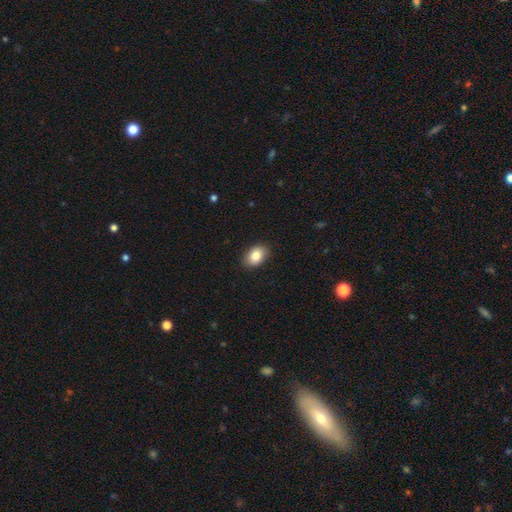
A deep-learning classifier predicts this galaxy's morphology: Q: Smooth or featured?
A: smooth (85%); runner-up: star or artifact (8%)
Q: How rounded?
A: in between (84%); runner-up: round (15%)
Q: Merging?
A: none (88%); runner-up: minor disturbance (9%)